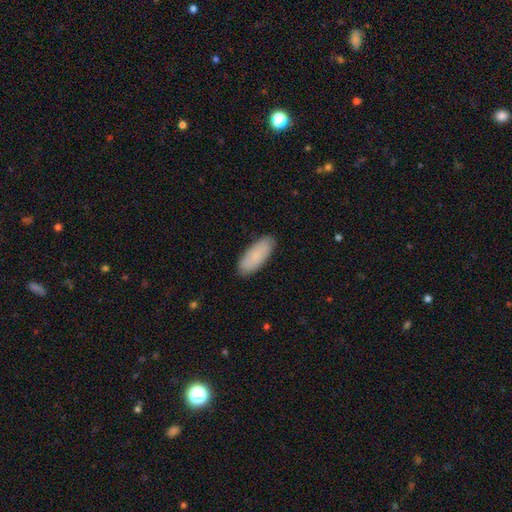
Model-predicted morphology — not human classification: Smooth or featured? Predicted: smooth (p=0.84). How rounded? Predicted: in between (p=0.76). Merging? Predicted: none (p=0.86).